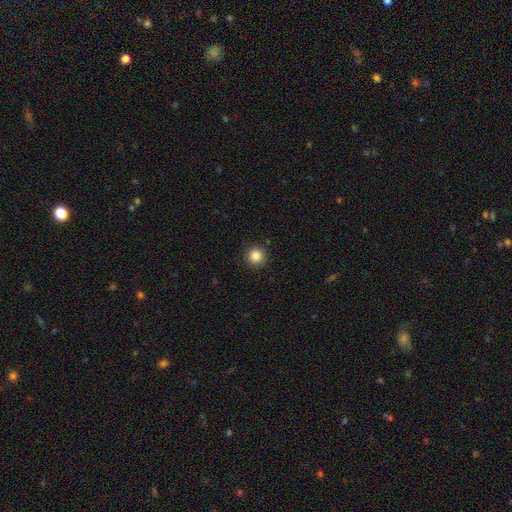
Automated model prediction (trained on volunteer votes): Smooth or featured: smooth — 85% (star or artifact — 11%)
How rounded: round — 96% (in between — 3%)
Merging: none — 92% (minor disturbance — 5%)